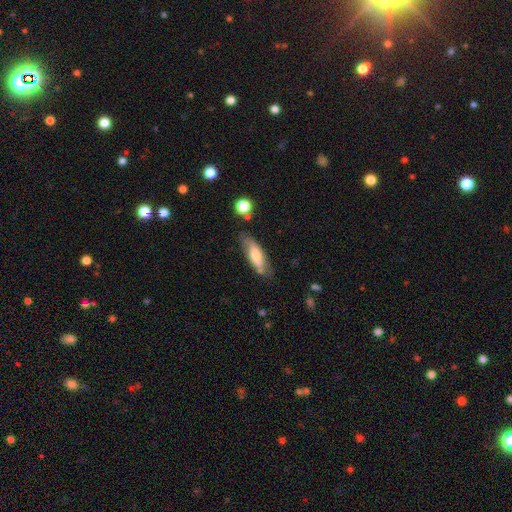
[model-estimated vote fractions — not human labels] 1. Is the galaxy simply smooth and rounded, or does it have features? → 61% smooth, 32% featured or disk, 7% star or artifact.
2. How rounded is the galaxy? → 52% in between, 46% cigar-shaped, 2% round.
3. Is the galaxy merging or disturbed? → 67% none, 22% minor disturbance, 6% major disturbance, 6% merger.